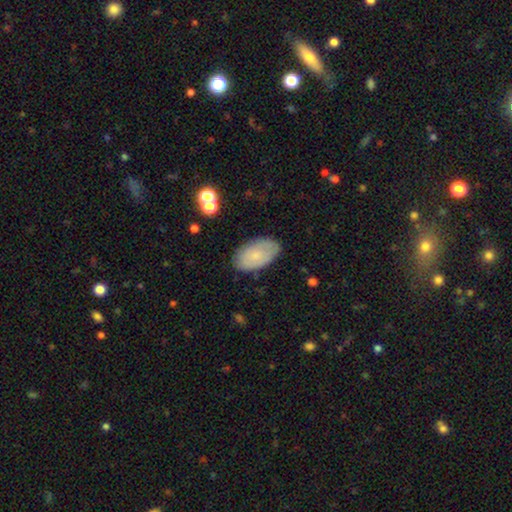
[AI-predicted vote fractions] A smooth galaxy with no disk features (73%) that is in between round and cigar-shaped (94%). Merging: none (80%).